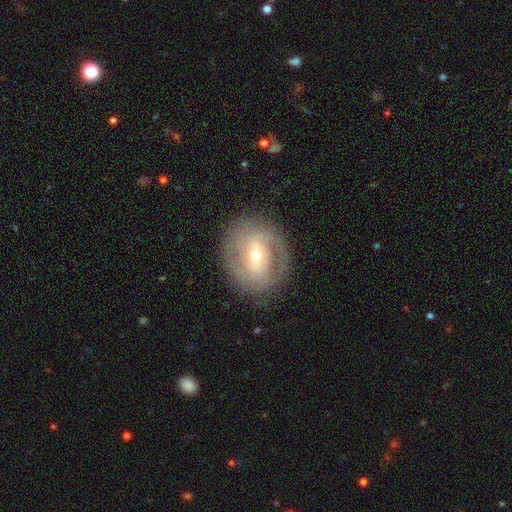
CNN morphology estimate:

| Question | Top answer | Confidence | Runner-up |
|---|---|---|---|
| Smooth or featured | featured or disk | 76% | smooth (18%) |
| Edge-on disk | no | 96% | yes (4%) |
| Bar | weak | 45% | no (29%) |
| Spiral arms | yes | 84% | no (16%) |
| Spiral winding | tight | 53% | medium (34%) |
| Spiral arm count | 2 | 55% | can't tell (25%) |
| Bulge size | moderate | 51% | small (45%) |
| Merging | none | 80% | minor disturbance (13%) |